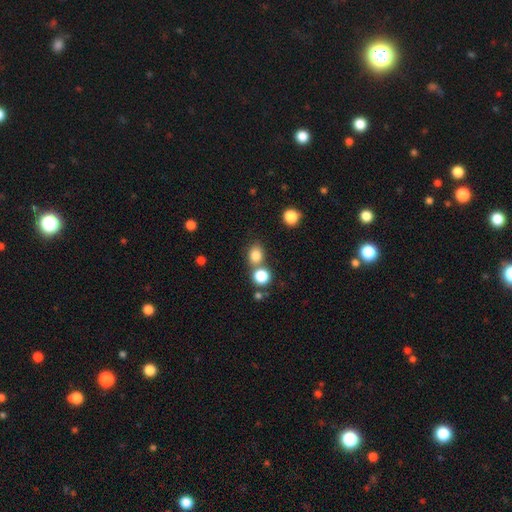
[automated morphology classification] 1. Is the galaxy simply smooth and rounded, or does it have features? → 82% smooth, 12% star or artifact, 6% featured or disk.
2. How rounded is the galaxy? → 58% round, 41% in between, 1% cigar-shaped.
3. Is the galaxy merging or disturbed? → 60% none, 27% merger, 9% minor disturbance, 3% major disturbance.